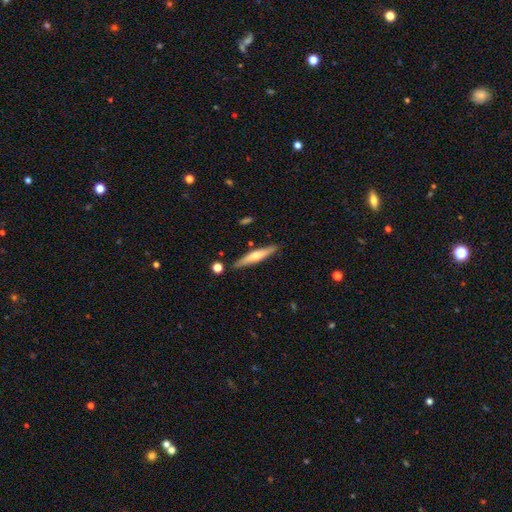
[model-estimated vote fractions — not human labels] Smooth or featured?
  - featured or disk: 49% *
  - smooth: 45%
  - star or artifact: 6%
Merging?
  - none: 85% *
  - minor disturbance: 10%
  - merger: 3%
  - major disturbance: 2%